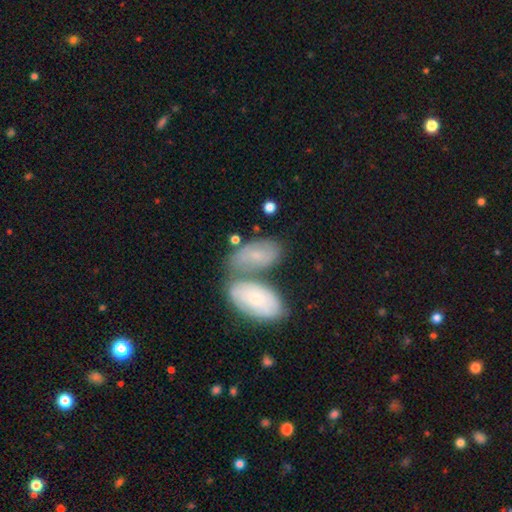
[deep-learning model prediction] A smooth galaxy with no disk features (57%) that is in between round and cigar-shaped (91%). Merging: merger (47%).